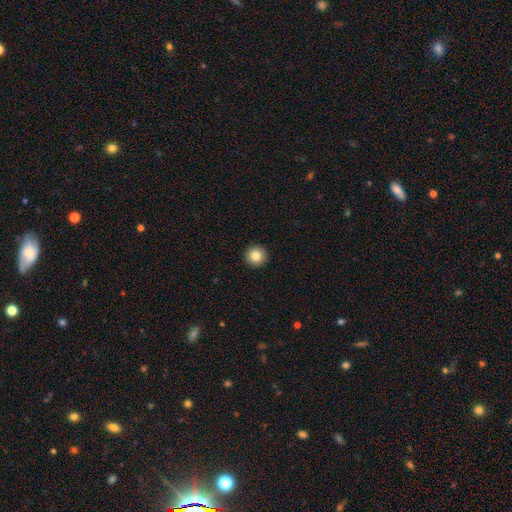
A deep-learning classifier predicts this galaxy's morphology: Smooth or featured? Predicted: smooth (p=0.84). How rounded? Predicted: round (p=0.96). Merging? Predicted: none (p=0.94).